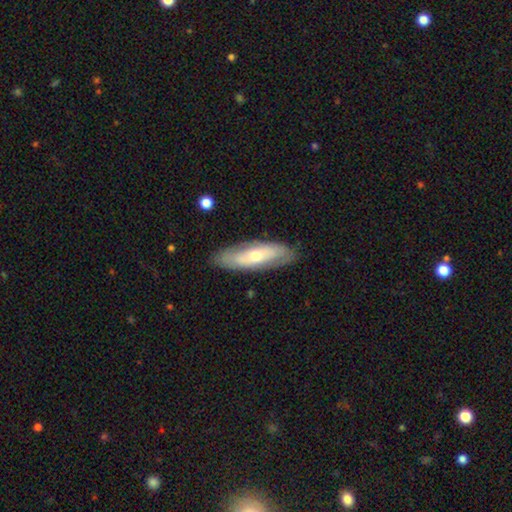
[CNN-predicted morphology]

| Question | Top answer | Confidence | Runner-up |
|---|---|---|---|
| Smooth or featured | featured or disk | 50% | smooth (45%) |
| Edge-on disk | no | 69% | yes (31%) |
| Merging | none | 83% | minor disturbance (12%) |